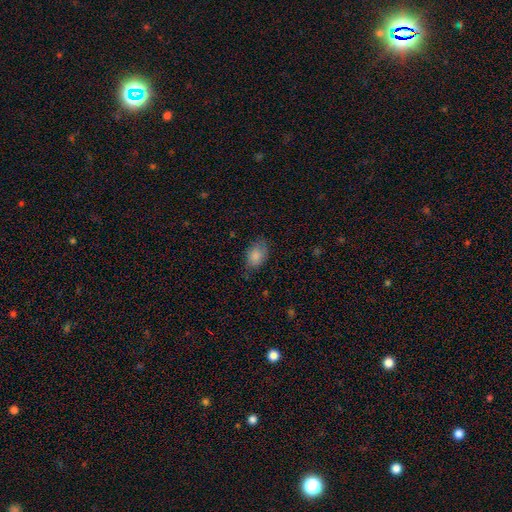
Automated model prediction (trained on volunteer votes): Morphology: type=smooth (85%); roundness=in between (85%); merging=none (70%).